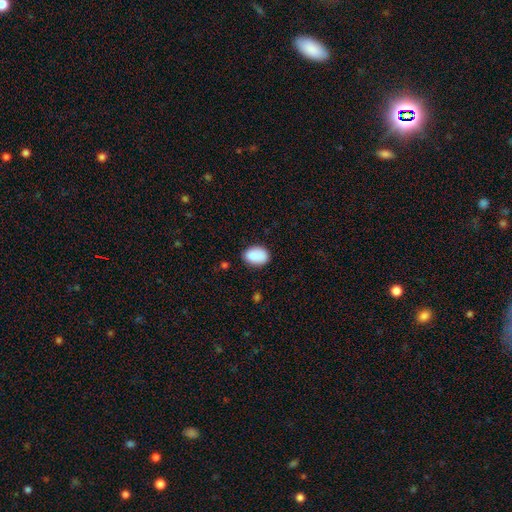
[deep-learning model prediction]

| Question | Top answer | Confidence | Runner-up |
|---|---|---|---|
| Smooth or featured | smooth | 86% | star or artifact (7%) |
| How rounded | in between | 82% | round (17%) |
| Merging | none | 73% | minor disturbance (19%) |